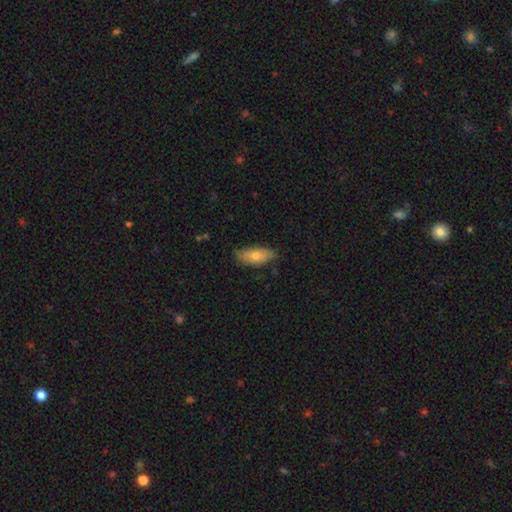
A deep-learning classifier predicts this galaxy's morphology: Smooth or featured? Predicted: smooth (p=0.70). How rounded? Predicted: in between (p=0.76). Merging? Predicted: none (p=0.78).